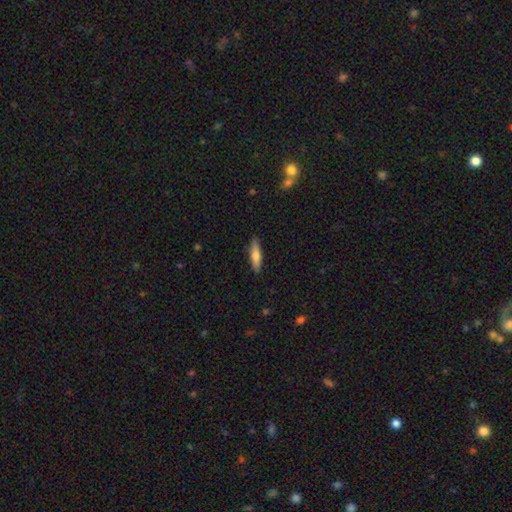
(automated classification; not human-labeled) A smooth galaxy with no disk features (68%) that is cigar-shaped (76%). Merging: none (87%).